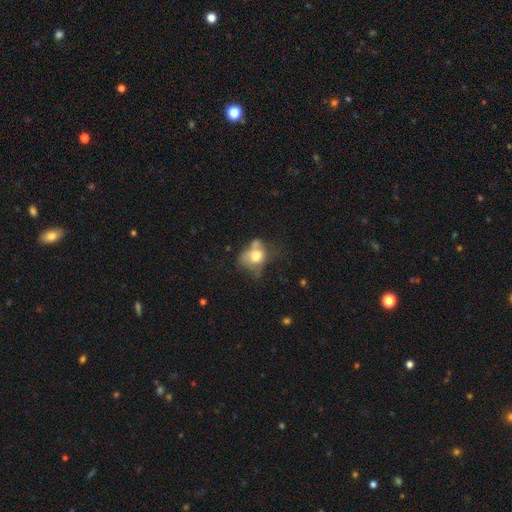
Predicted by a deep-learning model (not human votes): This is likely a smooth galaxy (65%). How rounded: possibly in between (58%). Merging: marginally major disturbance (29%).